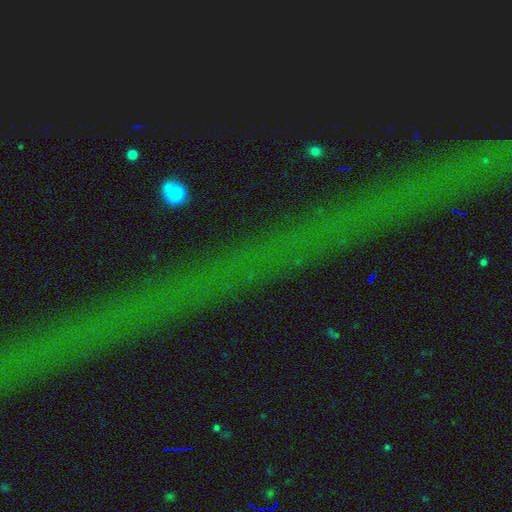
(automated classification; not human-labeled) Morphology: type=star or artifact (79%).